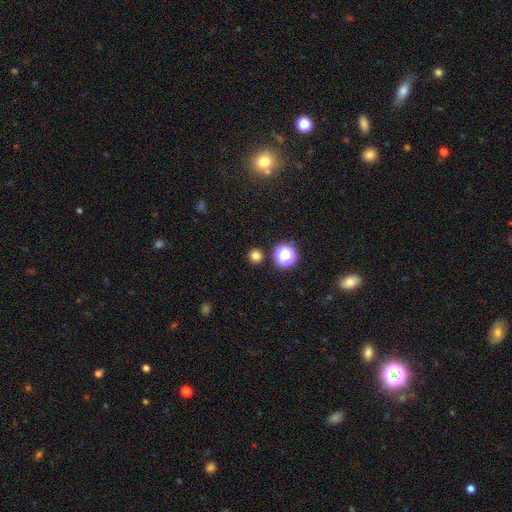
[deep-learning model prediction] This appears to be a smooth galaxy with no disk features (78%) that is round (94%). Merging: none (90%).